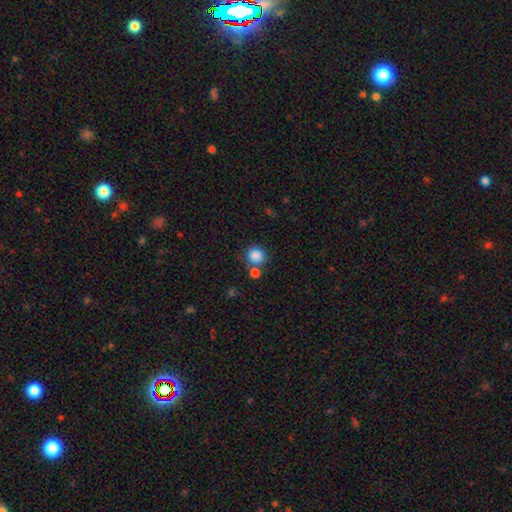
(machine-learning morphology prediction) This appears to be a smooth galaxy with no disk features (85%) that is round (89%). Merging: none (69%).